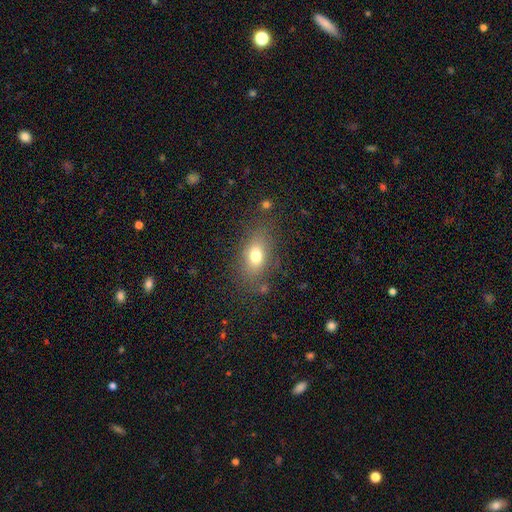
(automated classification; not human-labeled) A smooth galaxy with no disk features (73%) that is in between round and cigar-shaped (78%).

Vote fractions:
- Smooth or featured? smooth: 73% / featured or disk: 15% / star or artifact: 12%
- How rounded? in between: 78% / round: 18% / cigar-shaped: 4%
- Merging? none: 76% / minor disturbance: 15% / major disturbance: 7% / merger: 3%